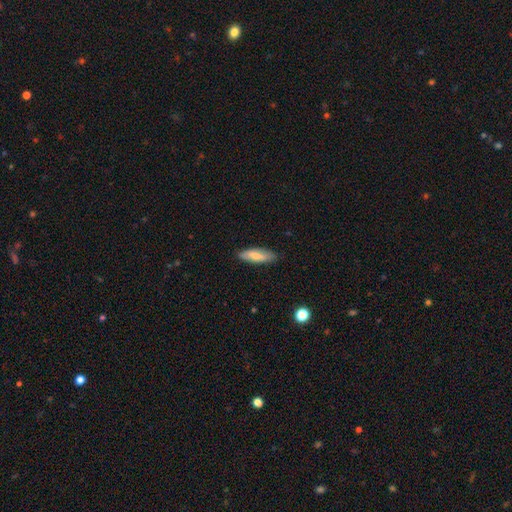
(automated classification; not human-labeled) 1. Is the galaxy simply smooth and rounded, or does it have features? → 72% smooth, 22% featured or disk, 6% star or artifact.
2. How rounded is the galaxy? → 52% in between, 46% cigar-shaped, 2% round.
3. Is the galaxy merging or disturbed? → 85% none, 12% minor disturbance, 2% major disturbance, 1% merger.